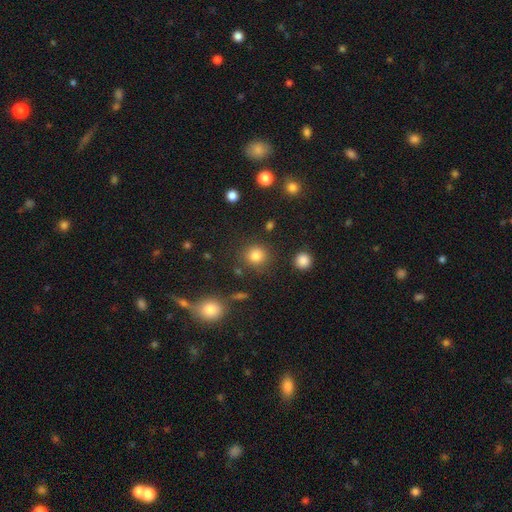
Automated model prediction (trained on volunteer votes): This is clearly a smooth galaxy (81%). How rounded: clearly round (90%). Merging: clearly none (84%).